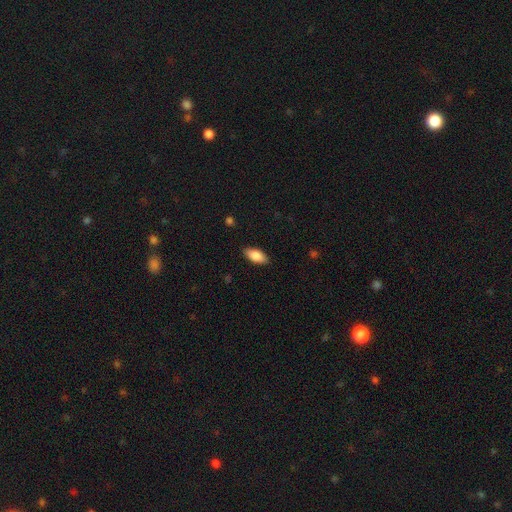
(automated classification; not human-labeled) Overall: smooth (85%). How rounded: in between (88%). Merging: none (87%).